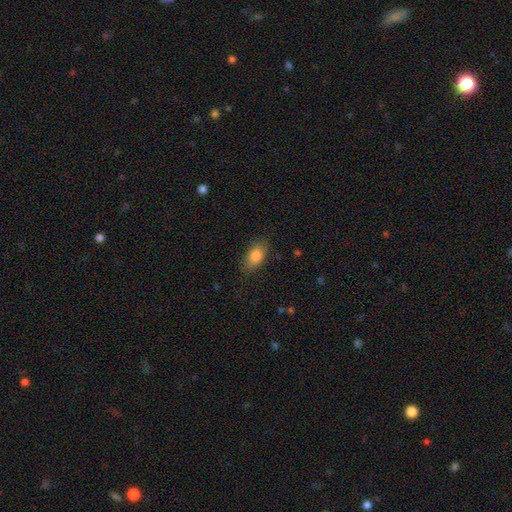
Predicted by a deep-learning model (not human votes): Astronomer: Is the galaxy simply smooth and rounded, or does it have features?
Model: smooth — 83%.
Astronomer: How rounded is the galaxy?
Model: in between — 87%.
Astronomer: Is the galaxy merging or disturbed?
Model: none — 80%.